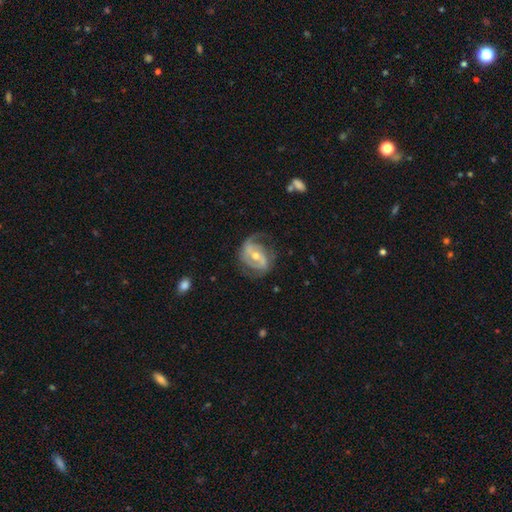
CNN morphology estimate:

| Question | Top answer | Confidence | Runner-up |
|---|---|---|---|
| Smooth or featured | featured or disk | 83% | smooth (10%) |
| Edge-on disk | no | 97% | yes (3%) |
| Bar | weak | 39% | strong (34%) |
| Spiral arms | yes | 93% | no (7%) |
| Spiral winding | medium | 44% | tight (31%) |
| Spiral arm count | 2 | 72% | can't tell (11%) |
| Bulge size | moderate | 55% | small (41%) |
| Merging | none | 66% | minor disturbance (20%) |